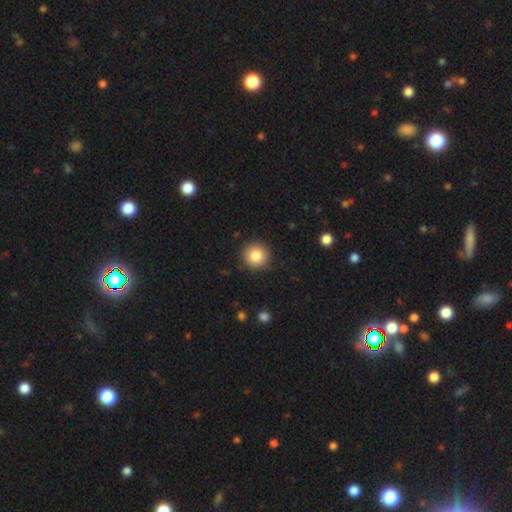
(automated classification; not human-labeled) This is clearly a smooth galaxy (83%). How rounded: clearly round (95%). Merging: clearly none (91%).